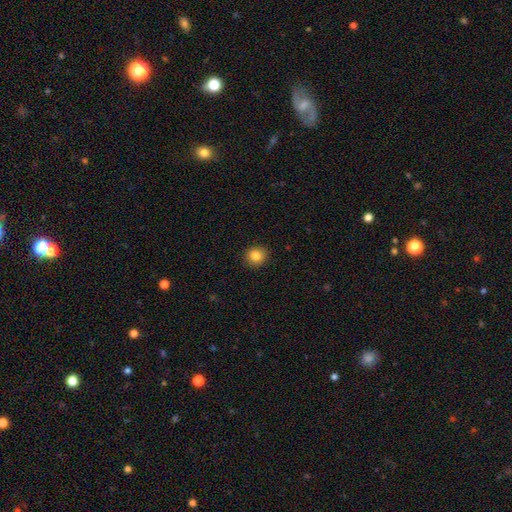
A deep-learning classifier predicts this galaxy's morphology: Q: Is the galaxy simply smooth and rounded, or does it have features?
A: smooth — 84%.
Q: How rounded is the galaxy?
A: round — 88%.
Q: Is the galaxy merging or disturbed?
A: none — 91%.